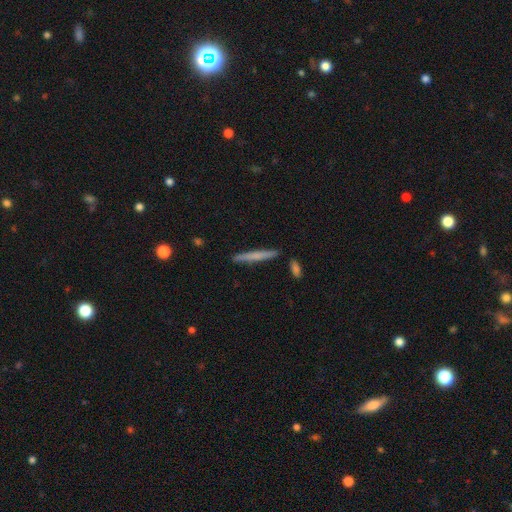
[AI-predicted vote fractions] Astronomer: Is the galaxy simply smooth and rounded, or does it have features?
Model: smooth — 59% (runner-up: featured or disk, 36%).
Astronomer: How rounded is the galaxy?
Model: cigar-shaped — 96%.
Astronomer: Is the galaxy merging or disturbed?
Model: none — 88%.